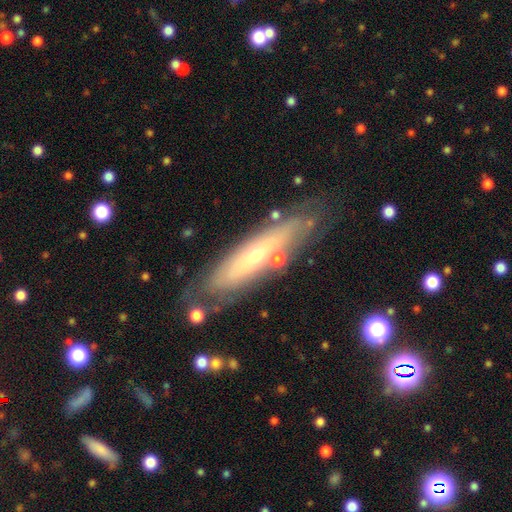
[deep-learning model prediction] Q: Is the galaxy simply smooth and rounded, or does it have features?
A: featured or disk — 62%.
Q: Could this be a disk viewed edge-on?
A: no — 53%.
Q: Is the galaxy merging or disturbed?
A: none — 75%.